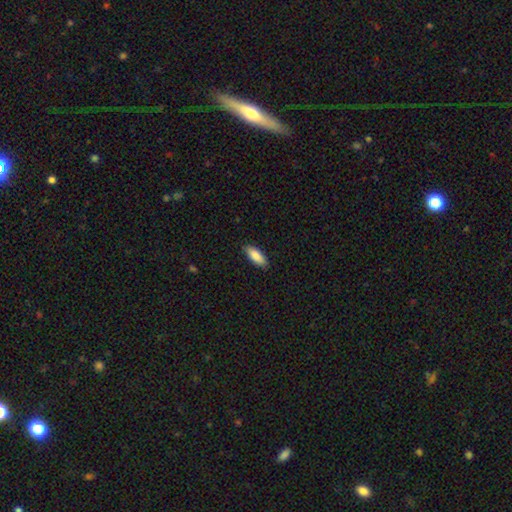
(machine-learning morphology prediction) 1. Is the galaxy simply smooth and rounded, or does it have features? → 88% smooth, 6% featured or disk, 6% star or artifact.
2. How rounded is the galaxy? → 72% in between, 26% cigar-shaped, 2% round.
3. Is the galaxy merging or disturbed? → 86% none, 11% minor disturbance, 2% major disturbance, 1% merger.